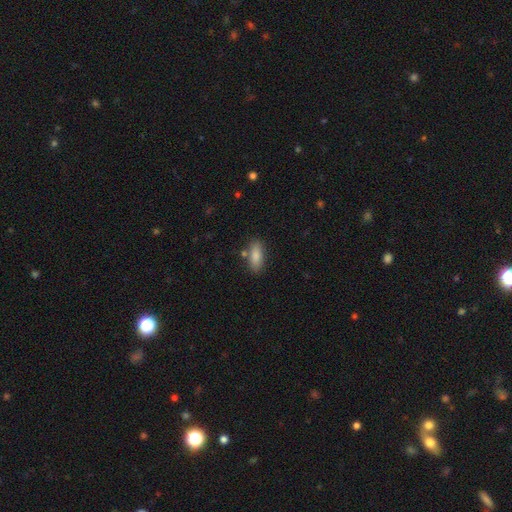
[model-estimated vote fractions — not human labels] Morphology: type=smooth (85%); roundness=in between (77%); merging=none (79%).